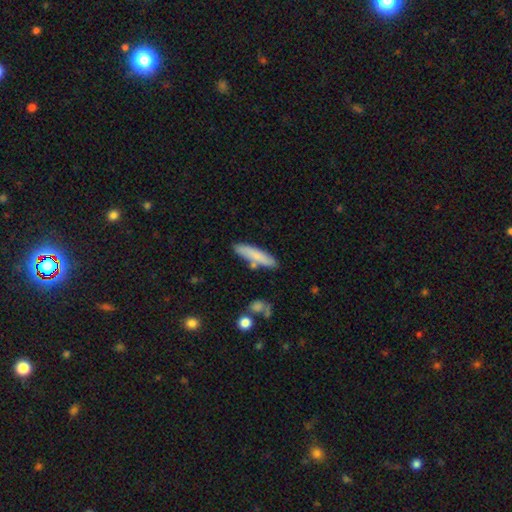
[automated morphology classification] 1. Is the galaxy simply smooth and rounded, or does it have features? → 77% smooth, 17% featured or disk, 6% star or artifact.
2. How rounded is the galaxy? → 80% cigar-shaped, 18% in between, 2% round.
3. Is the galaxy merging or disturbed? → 78% none, 12% minor disturbance, 7% merger, 3% major disturbance.